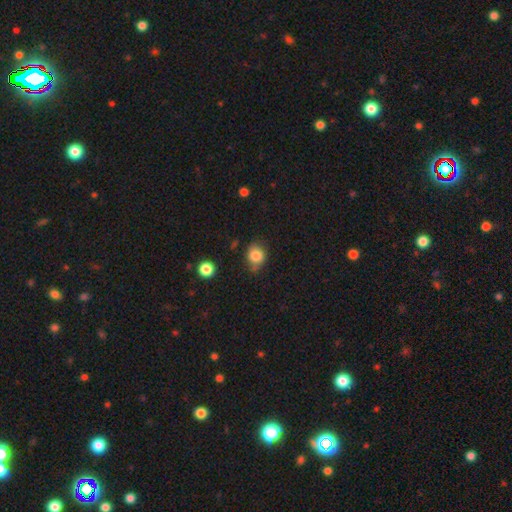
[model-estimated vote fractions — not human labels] A smooth galaxy with no disk features (81%) that is round (64%).

Vote fractions:
- Smooth or featured? smooth: 81% / star or artifact: 10% / featured or disk: 9%
- How rounded? round: 64% / in between: 35% / cigar-shaped: 1%
- Merging? none: 63% / minor disturbance: 27% / major disturbance: 7% / merger: 4%